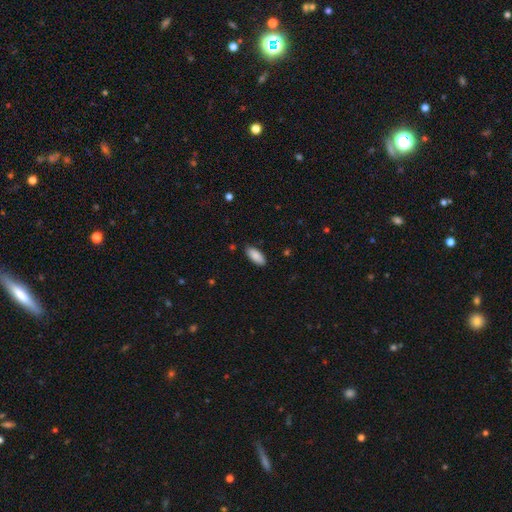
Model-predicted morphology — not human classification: smooth-or-featured: smooth: 88% | star or artifact: 6% | featured or disk: 6%
  how-rounded: in between: 86% | cigar-shaped: 13% | round: 2%
  merging: none: 86% | minor disturbance: 11% | major disturbance: 2% | merger: 1%